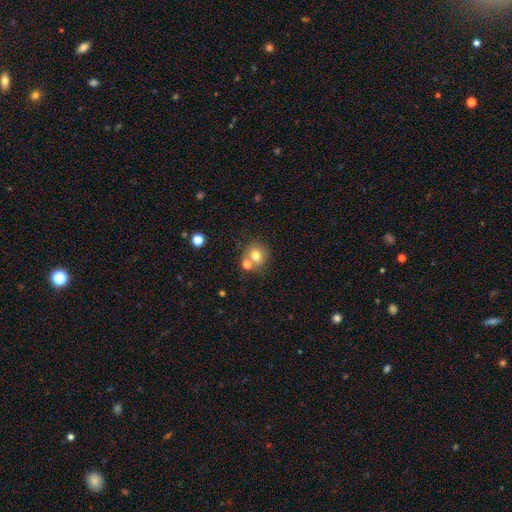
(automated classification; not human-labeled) The model was most divided on "merging": none: 61%, merger: 25%, minor disturbance: 10%, major disturbance: 3%. More confident: how rounded — round (83%); smooth or featured — smooth (76%).